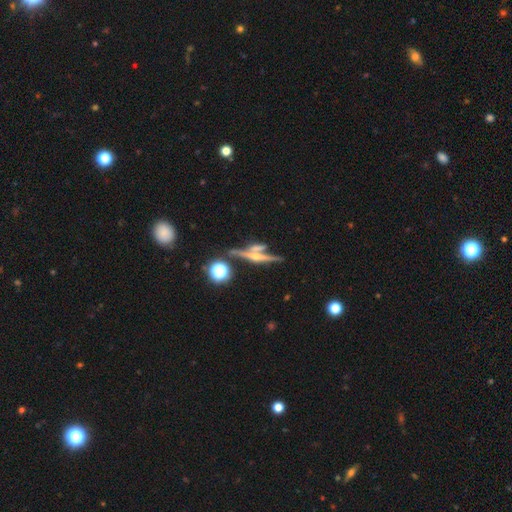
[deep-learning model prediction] Smooth or featured: featured or disk — 72% (smooth — 16%)
Edge-on disk: yes — 94% (no — 6%)
Edge-on bulge: rounded — 78% (none — 13%)
Merging: none — 68% (merger — 18%)